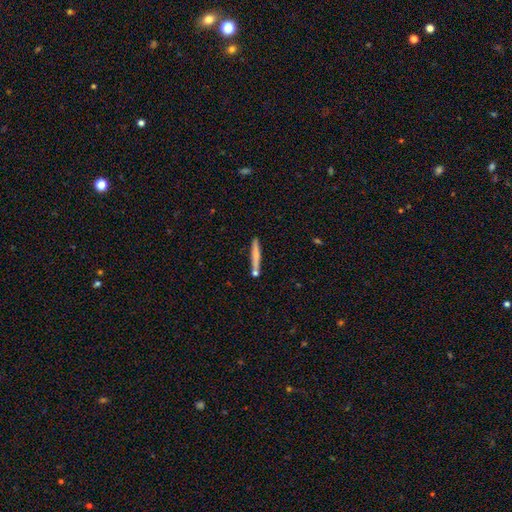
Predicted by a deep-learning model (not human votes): Q: Smooth or featured?
A: smooth (67%); runner-up: featured or disk (27%)
Q: How rounded?
A: cigar-shaped (95%); runner-up: in between (4%)
Q: Merging?
A: none (75%); runner-up: minor disturbance (12%)